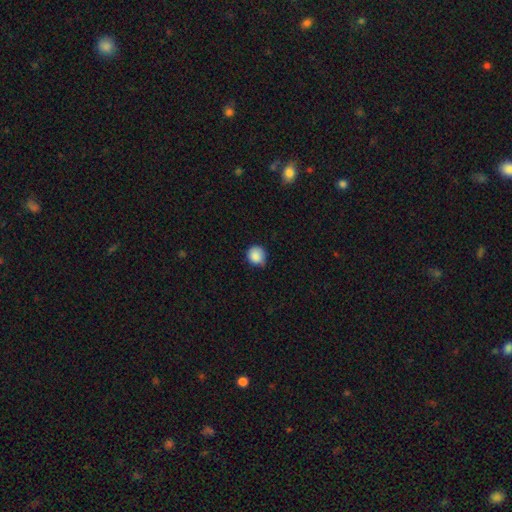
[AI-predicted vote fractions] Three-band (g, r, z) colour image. It shows a smooth galaxy with no disk features (87%) that is round (89%). Merging: none (62%).